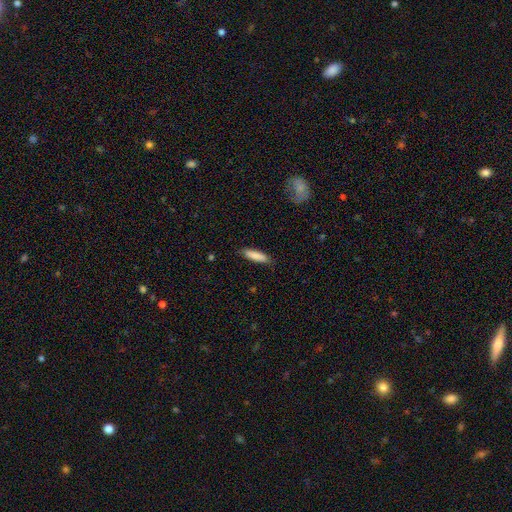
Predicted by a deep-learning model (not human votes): The model was most divided on "how rounded": cigar-shaped: 66%, in between: 33%, round: 1%. More confident: smooth or featured — smooth (87%); merging — none (85%).